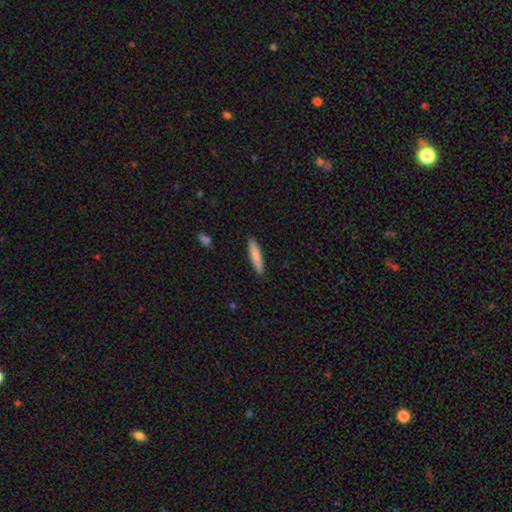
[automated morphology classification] This appears to be a smooth galaxy with no disk features (81%) that is cigar-shaped (83%). Merging: none (89%).